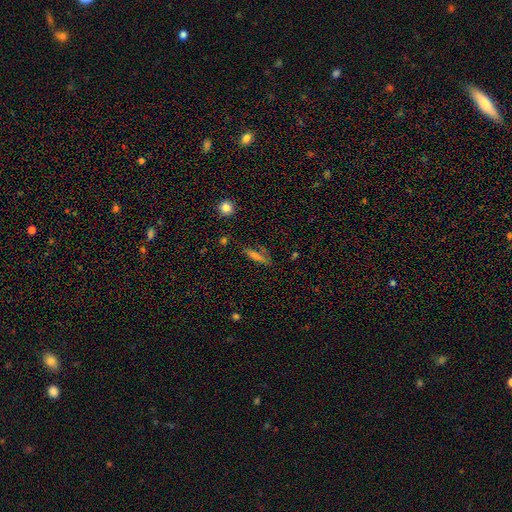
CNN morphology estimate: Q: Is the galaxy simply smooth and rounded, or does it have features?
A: smooth — 58%.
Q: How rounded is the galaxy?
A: cigar-shaped — 72%.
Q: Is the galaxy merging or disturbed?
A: none — 78%.